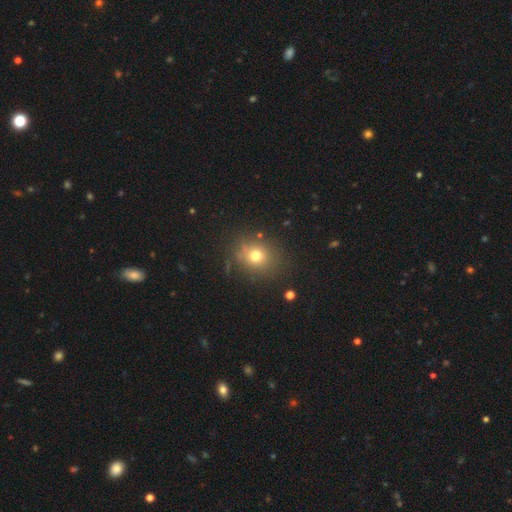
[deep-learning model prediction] Smooth or featured: smooth — 72% (star or artifact — 17%)
How rounded: round — 75% (in between — 24%)
Merging: none — 79% (minor disturbance — 13%)